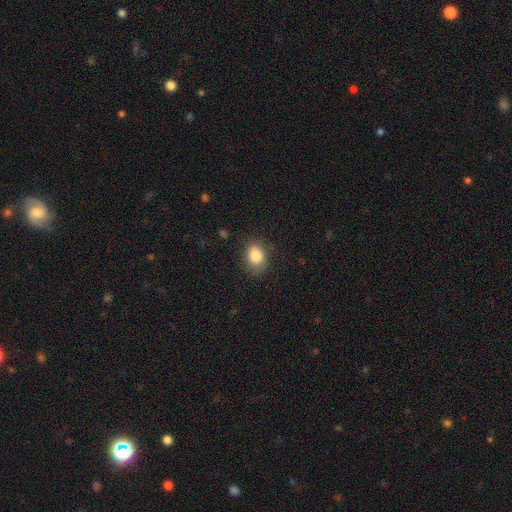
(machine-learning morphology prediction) type=smooth (84%); roundness=in between (64%); merging=none (77%).